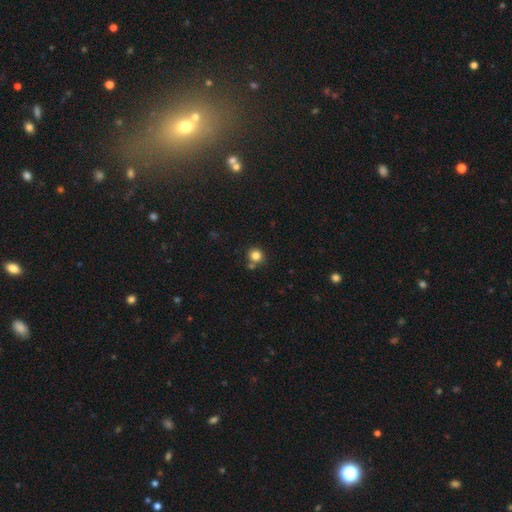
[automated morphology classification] Smooth or featured: smooth — 83% (star or artifact — 12%)
How rounded: round — 88% (in between — 11%)
Merging: none — 72% (merger — 15%)